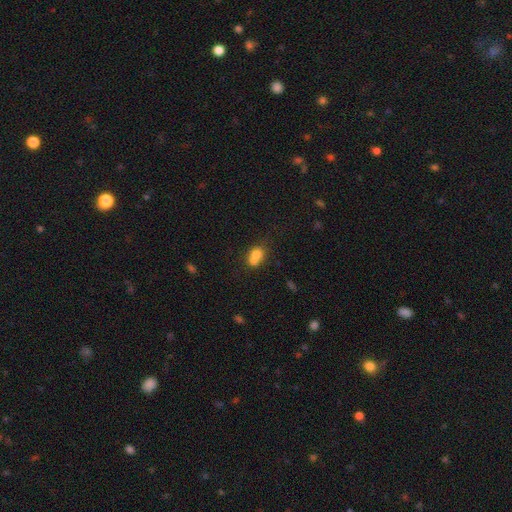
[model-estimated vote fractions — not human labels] Q: Smooth or featured?
A: smooth (69%); runner-up: featured or disk (19%)
Q: How rounded?
A: round (50%); runner-up: in between (48%)
Q: Merging?
A: merger (59%); runner-up: none (26%)